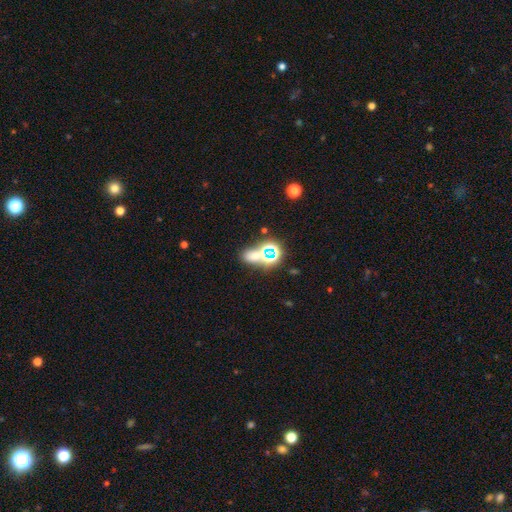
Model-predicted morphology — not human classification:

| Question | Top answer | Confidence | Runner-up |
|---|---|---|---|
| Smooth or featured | smooth | 48% | star or artifact (41%) |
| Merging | none | 51% | merger (32%) |